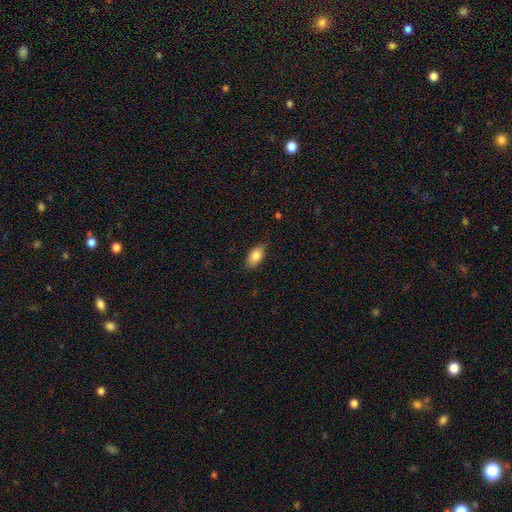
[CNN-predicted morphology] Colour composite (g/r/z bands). It shows a smooth galaxy with no disk features (84%) that is in between round and cigar-shaped (90%). Merging: none (81%).